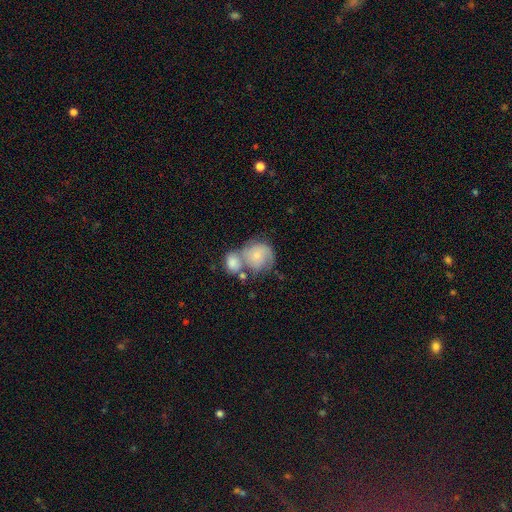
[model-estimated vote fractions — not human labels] This is possibly a featured or disk galaxy (54%). It is clearly not viewed edge-on (98%). Bar: likely no (76%). Spiral arm pattern: clearly yes (82%). Central bulge: likely small (65%). Merging: possibly merger (47%).